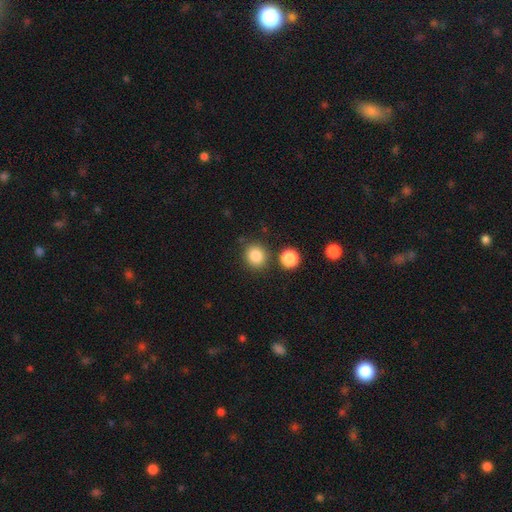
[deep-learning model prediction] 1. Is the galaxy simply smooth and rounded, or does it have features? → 86% smooth, 10% star or artifact, 5% featured or disk.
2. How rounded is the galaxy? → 83% round, 16% in between, 1% cigar-shaped.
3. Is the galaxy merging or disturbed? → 80% none, 9% minor disturbance, 8% merger, 3% major disturbance.